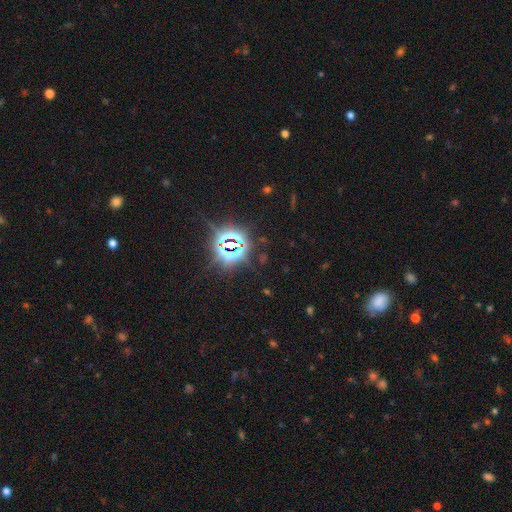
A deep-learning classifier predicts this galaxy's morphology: A star or artifact, not a galaxy (80%).

Vote fractions:
- Smooth or featured? star or artifact: 80% / smooth: 13% / featured or disk: 7%